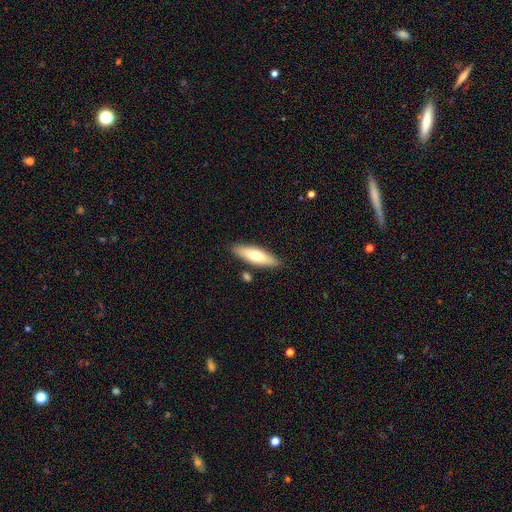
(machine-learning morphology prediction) This appears to be a smooth galaxy with no disk features (66%) that is cigar-shaped (54%). Merging: none (83%).